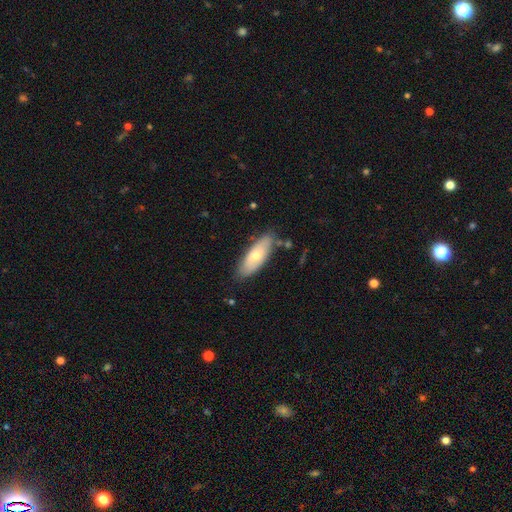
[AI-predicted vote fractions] Overall: smooth (58%; featured or disk 36%). How rounded: in between (72%). Merging: none (77%).